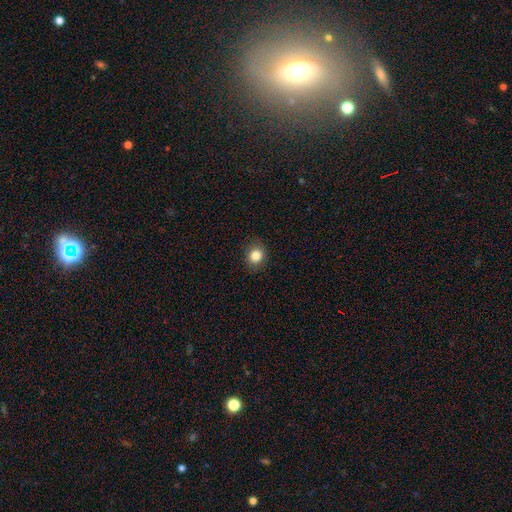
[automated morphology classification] smooth_or_featured: smooth (p=0.84) [alt: star or artifact p=0.10]
how_rounded: round (p=0.68) [alt: in between p=0.31]
merging: none (p=0.86) [alt: minor disturbance p=0.10]